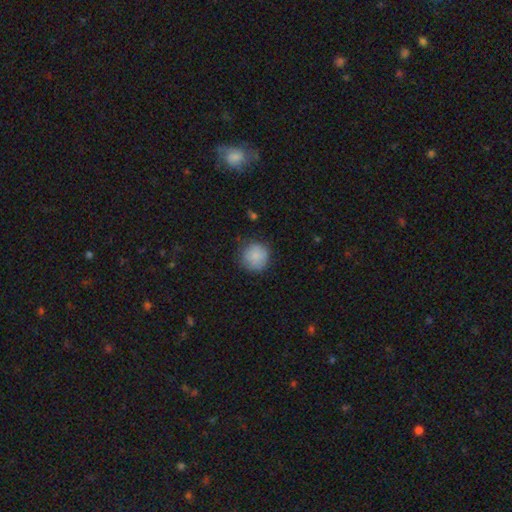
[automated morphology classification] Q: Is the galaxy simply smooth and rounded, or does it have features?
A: smooth — 84%.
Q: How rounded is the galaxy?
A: round — 93%.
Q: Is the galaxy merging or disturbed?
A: none — 79%.